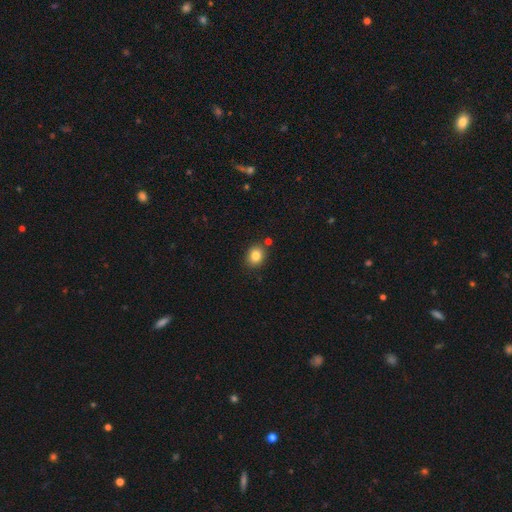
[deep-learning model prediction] Overall: smooth (84%). How rounded: round (58%; in between 41%). Merging: none (82%).